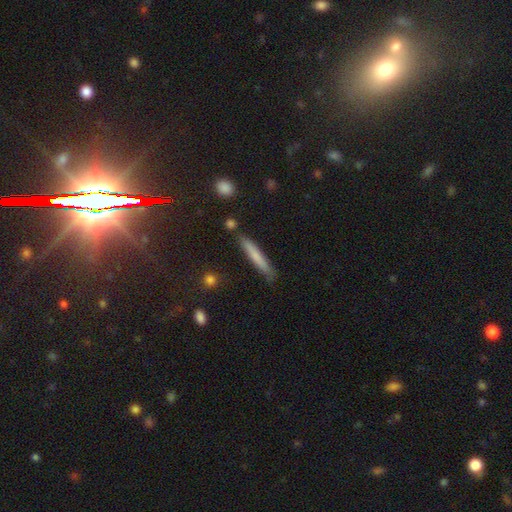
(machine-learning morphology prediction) A smooth galaxy with no disk features (69%) that is cigar-shaped (94%). Merging: none (81%).